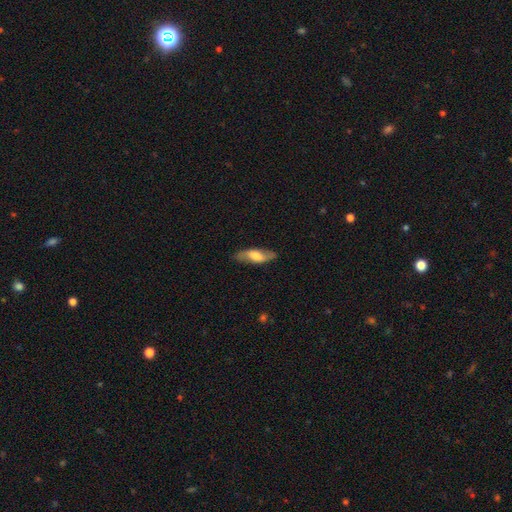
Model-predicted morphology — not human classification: Smooth or featured?
  - smooth: 54% *
  - featured or disk: 41%
  - star or artifact: 6%
How rounded?
  - in between: 58% *
  - cigar-shaped: 39%
  - round: 3%
Merging?
  - none: 81% *
  - minor disturbance: 14%
  - major disturbance: 3%
  - merger: 1%